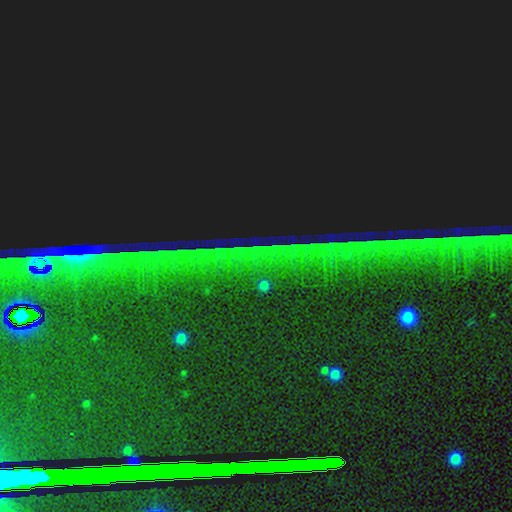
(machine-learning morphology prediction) Overall: star or artifact (88%).